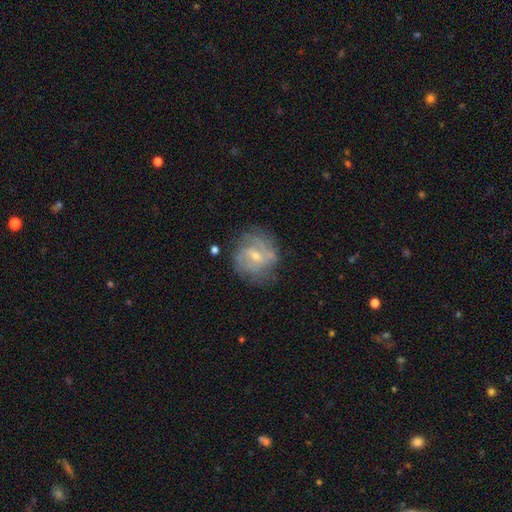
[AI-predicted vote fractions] smooth_or_featured: featured or disk (p=0.69) [alt: smooth p=0.22]
disk_edge_on: no (p=0.97) [alt: yes p=0.03]
bar: weak (p=0.54) [alt: no p=0.30]
has_spiral_arms: yes (p=0.78) [alt: no p=0.22]
spiral_winding: medium (p=0.41) [alt: tight p=0.36]
spiral_arm_count: 2 (p=0.42) [alt: can't tell p=0.37]
bulge_size: small (p=0.57) [alt: moderate p=0.37]
merging: none (p=0.70) [alt: minor disturbance p=0.19]